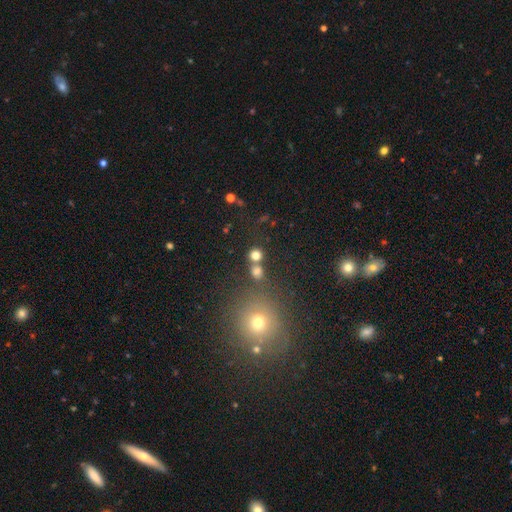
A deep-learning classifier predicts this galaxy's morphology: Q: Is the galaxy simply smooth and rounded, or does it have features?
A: smooth — 75%.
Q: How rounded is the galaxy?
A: round — 86%.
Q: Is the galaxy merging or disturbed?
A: none — 61%.